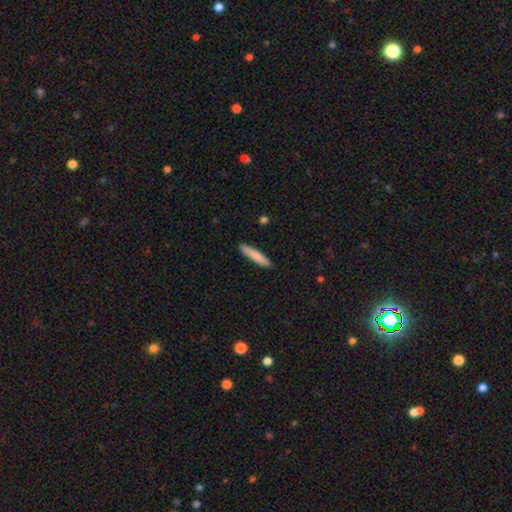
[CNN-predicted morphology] smooth-or-featured: smooth: 82% | featured or disk: 13% | star or artifact: 5%
  how-rounded: cigar-shaped: 91% | in between: 8% | round: 1%
  merging: none: 90% | minor disturbance: 7% | major disturbance: 1% | merger: 1%